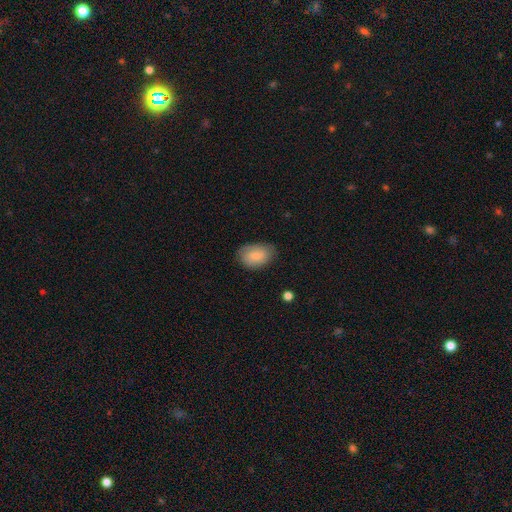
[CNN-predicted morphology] A smooth galaxy with no disk features (75%) that is in between round and cigar-shaped (85%).

Vote fractions:
- Smooth or featured? smooth: 75% / featured or disk: 18% / star or artifact: 7%
- How rounded? in between: 85% / round: 14% / cigar-shaped: 1%
- Merging? none: 75% / minor disturbance: 19% / major disturbance: 4% / merger: 1%